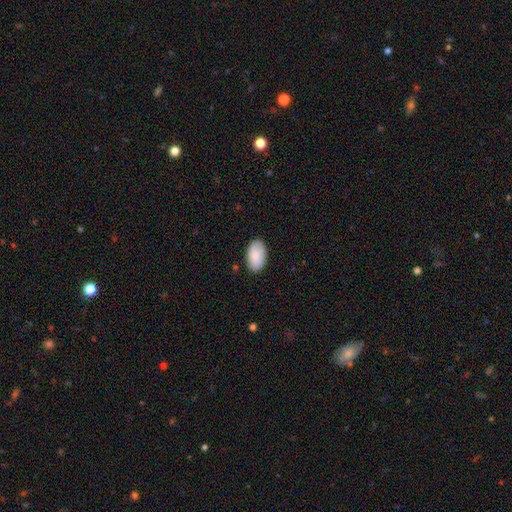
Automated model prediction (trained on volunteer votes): Overall: smooth (86%). How rounded: in between (95%). Merging: none (85%).